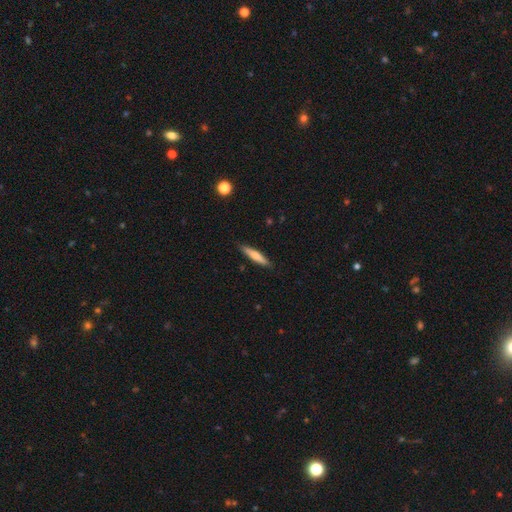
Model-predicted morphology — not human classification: type=smooth (63%); roundness=cigar-shaped (89%); merging=none (89%).